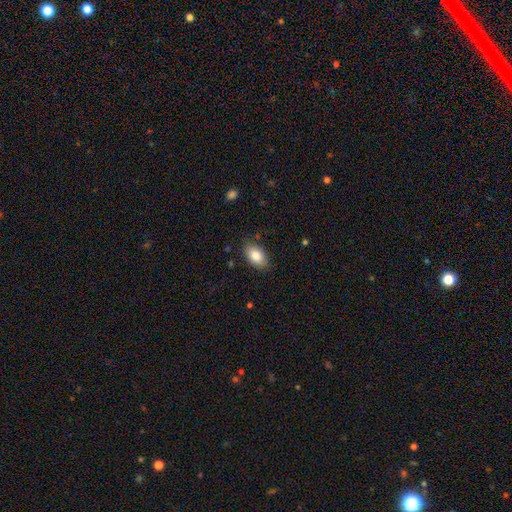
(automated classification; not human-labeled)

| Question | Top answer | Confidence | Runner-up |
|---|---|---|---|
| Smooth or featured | smooth | 84% | featured or disk (9%) |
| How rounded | in between | 91% | round (7%) |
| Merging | none | 83% | minor disturbance (13%) |